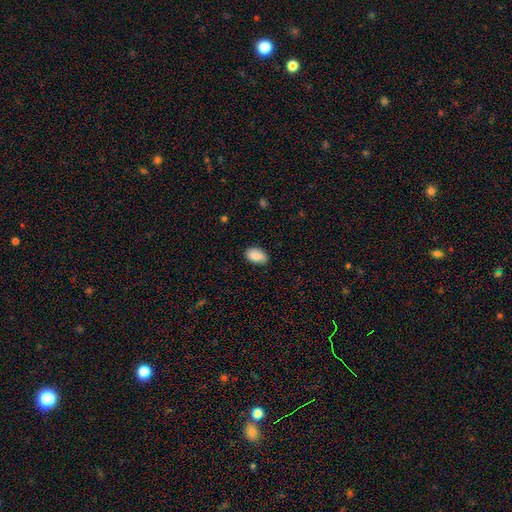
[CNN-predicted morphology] Smooth or featured?
  - smooth: 82% *
  - featured or disk: 11%
  - star or artifact: 7%
How rounded?
  - in between: 93% *
  - round: 5%
  - cigar-shaped: 2%
Merging?
  - none: 82% *
  - minor disturbance: 14%
  - major disturbance: 3%
  - merger: 1%